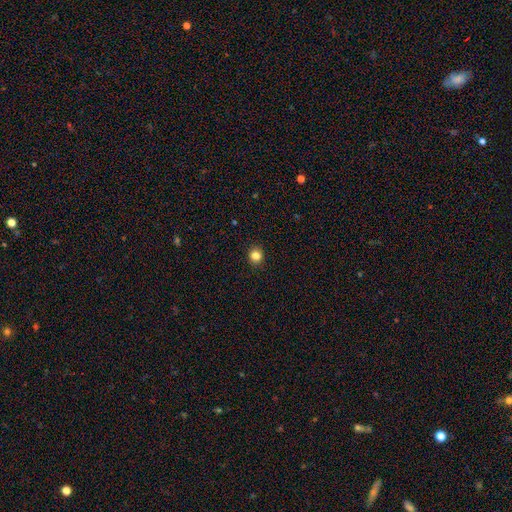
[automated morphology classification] A smooth galaxy with no disk features (84%) that is round (88%). Merging: none (92%).